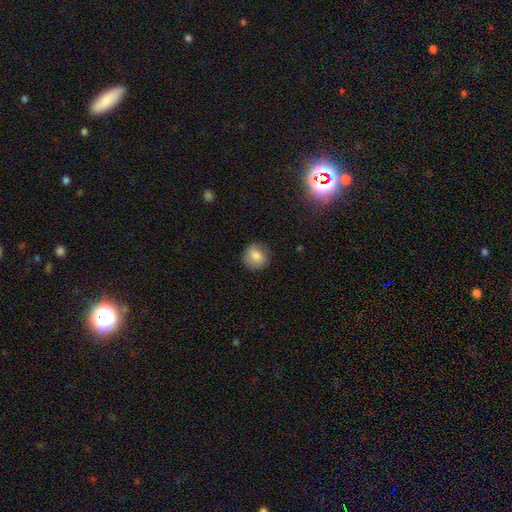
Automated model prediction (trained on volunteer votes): This appears to be a smooth galaxy with no disk features (82%) that is round (89%). Merging: none (86%).